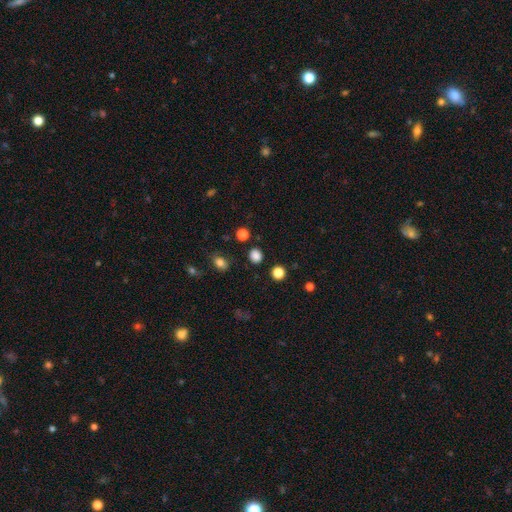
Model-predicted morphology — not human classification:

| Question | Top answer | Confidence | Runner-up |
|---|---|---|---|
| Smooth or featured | smooth | 82% | star or artifact (15%) |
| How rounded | round | 77% | in between (22%) |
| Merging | none | 88% | minor disturbance (7%) |